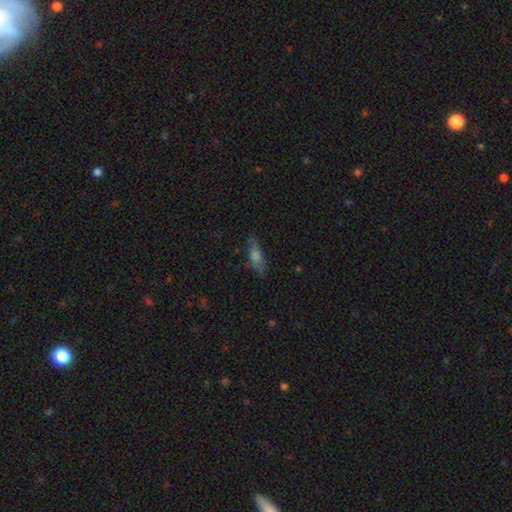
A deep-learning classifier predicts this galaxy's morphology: Smooth or featured: smooth — 58% (featured or disk — 33%)
How rounded: cigar-shaped — 50% (in between — 47%)
Merging: none — 80% (minor disturbance — 15%)